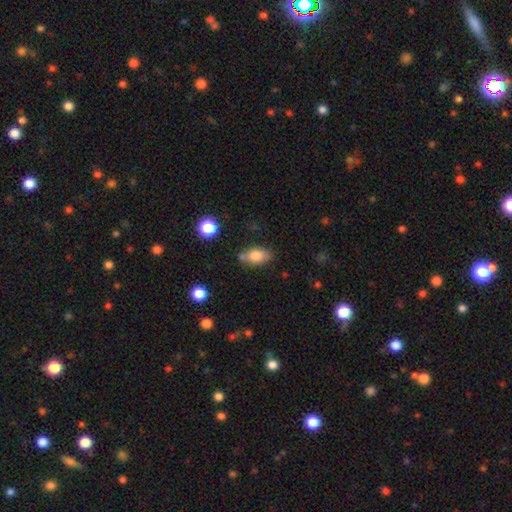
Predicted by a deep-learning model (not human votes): Morphology: type=smooth (80%); roundness=in between (87%); merging=none (65%).